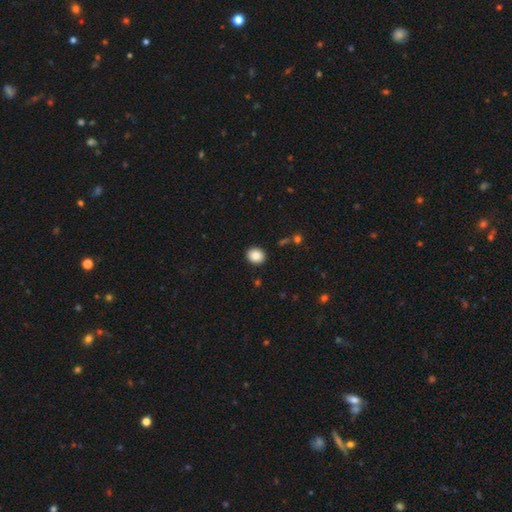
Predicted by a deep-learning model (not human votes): Morphology: type=smooth (86%); roundness=round (67%); merging=none (91%).